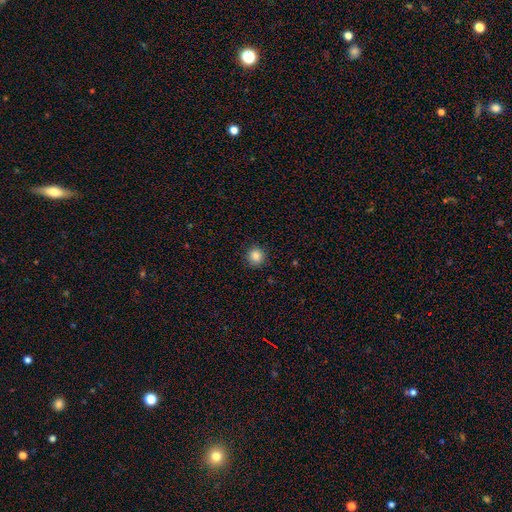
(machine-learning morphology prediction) smooth-or-featured: smooth: 85% | star or artifact: 10% | featured or disk: 4%
  how-rounded: round: 93% | in between: 6% | cigar-shaped: 1%
  merging: none: 90% | minor disturbance: 7% | major disturbance: 2% | merger: 1%